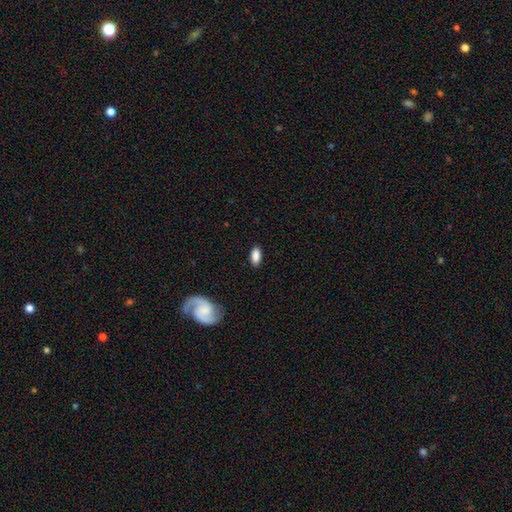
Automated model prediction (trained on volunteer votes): A smooth galaxy with no disk features (86%) that is in between round and cigar-shaped (89%). Merging: none (86%).